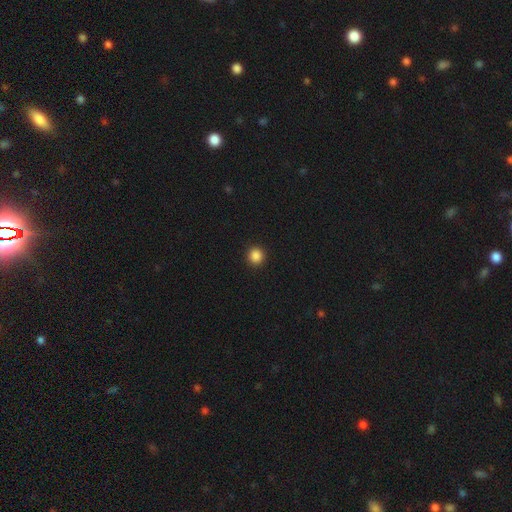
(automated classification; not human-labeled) smooth_or_featured: smooth (p=0.87) [alt: star or artifact p=0.10]
how_rounded: round (p=0.95) [alt: in between p=0.04]
merging: none (p=0.94) [alt: minor disturbance p=0.04]